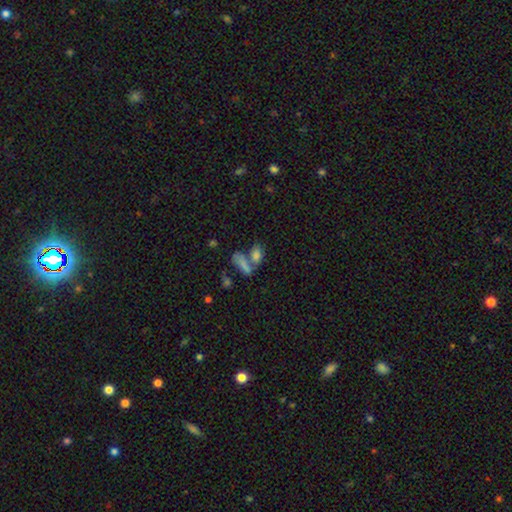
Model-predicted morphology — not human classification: Smooth or featured? Predicted: smooth (p=0.72). How rounded? Predicted: in between (p=0.74). Merging? Predicted: merger (p=0.49).